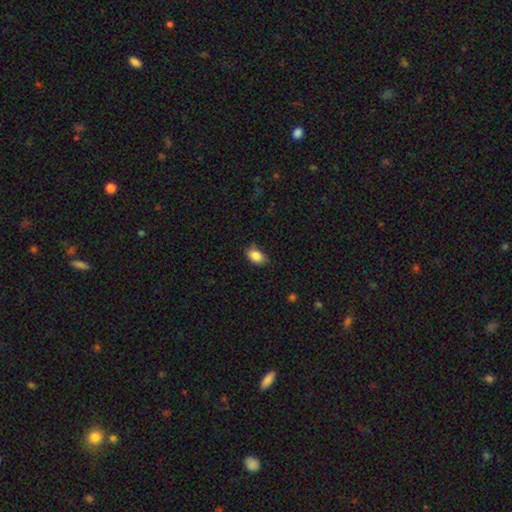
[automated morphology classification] The model was most divided on "merging": none: 74%, minor disturbance: 22%, major disturbance: 4%, merger: 1%. More confident: smooth or featured — smooth (87%); how rounded — in between (82%).